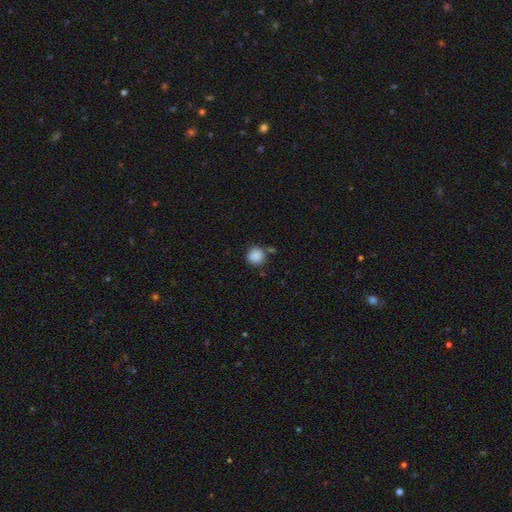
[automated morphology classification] Q: Smooth or featured?
A: smooth (87%); runner-up: star or artifact (9%)
Q: How rounded?
A: round (92%); runner-up: in between (7%)
Q: Merging?
A: none (70%); runner-up: minor disturbance (15%)